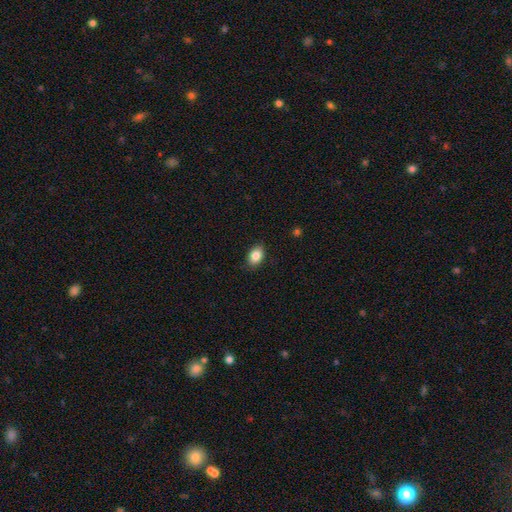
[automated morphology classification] Smooth or featured? smooth (85%)
How rounded? in between (82%)
Merging? none (87%)